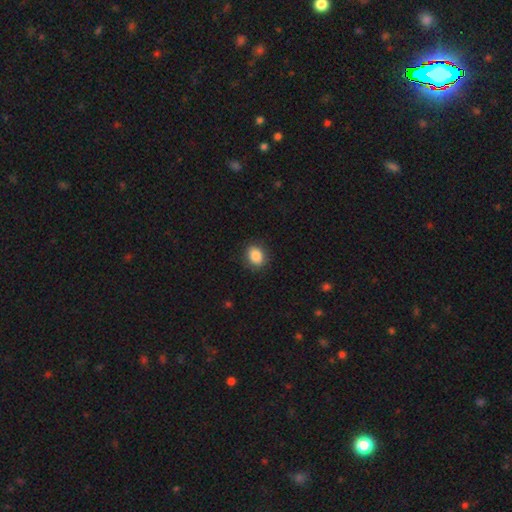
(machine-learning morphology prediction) type=smooth (88%); roundness=in between (57%); merging=none (88%).